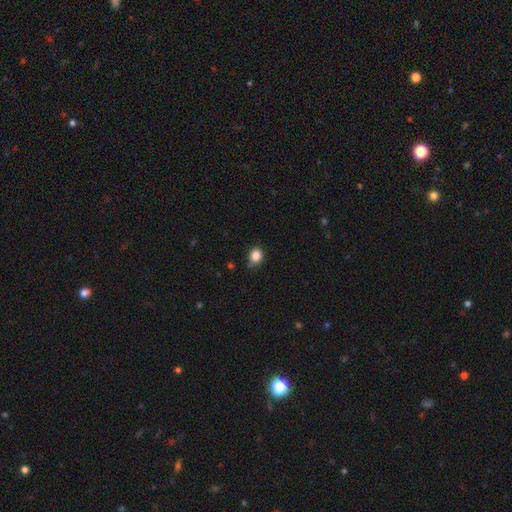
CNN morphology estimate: The model was most divided on "merging": none: 65%, minor disturbance: 28%, major disturbance: 5%, merger: 2%. More confident: smooth or featured — smooth (85%); how rounded — round (70%).